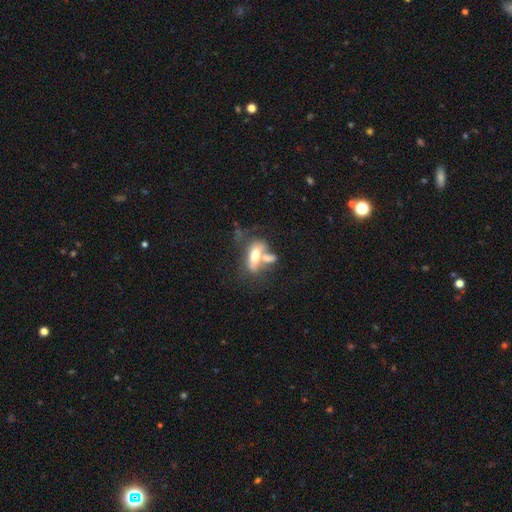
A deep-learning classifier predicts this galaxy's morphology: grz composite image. It shows a smooth galaxy with no disk features (58%) that is in between round and cigar-shaped (80%). Merging: merger (51%).